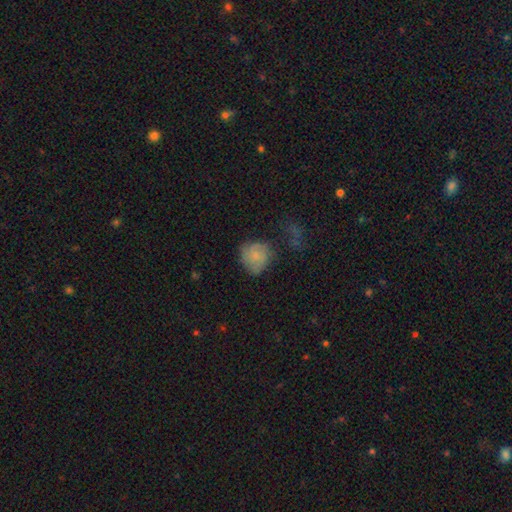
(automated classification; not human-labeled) Smooth or featured?
  - smooth: 68% *
  - featured or disk: 23%
  - star or artifact: 9%
How rounded?
  - round: 80% *
  - in between: 19%
  - cigar-shaped: 1%
Merging?
  - none: 53% *
  - minor disturbance: 27%
  - major disturbance: 15%
  - merger: 5%